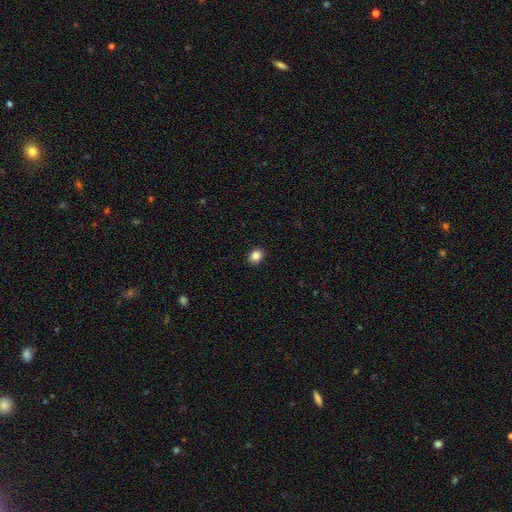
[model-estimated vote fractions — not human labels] Q: Smooth or featured?
A: smooth (86%); runner-up: star or artifact (10%)
Q: How rounded?
A: round (53%); runner-up: in between (47%)
Q: Merging?
A: none (91%); runner-up: minor disturbance (6%)